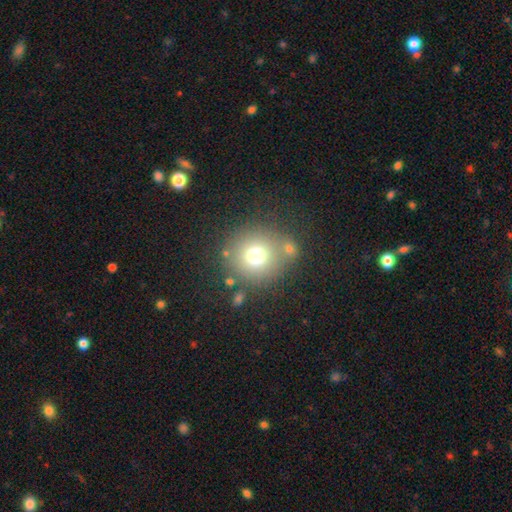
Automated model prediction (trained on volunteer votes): Smooth or featured? smooth (72%)
How rounded? round (91%)
Merging? none (73%)